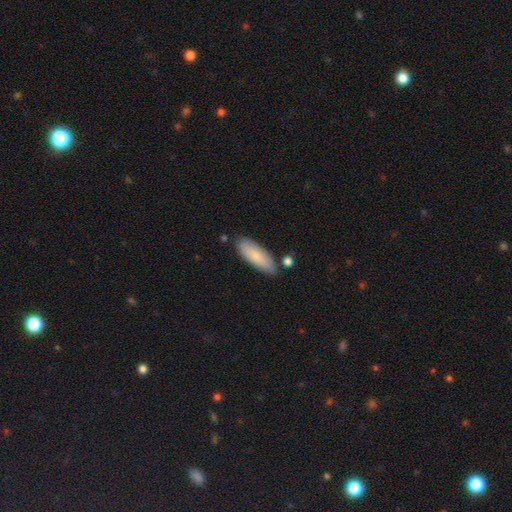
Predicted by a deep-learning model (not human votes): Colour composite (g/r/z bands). It shows a smooth galaxy with no disk features (81%) that is in between round and cigar-shaped (64%). Merging: none (79%).